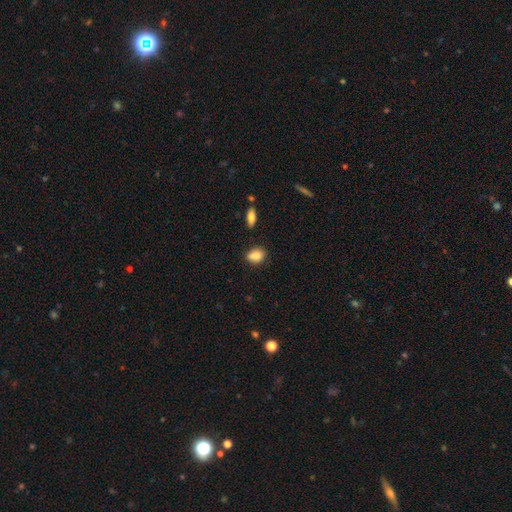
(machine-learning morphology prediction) smooth 86%, star or artifact 8%, featured or disk 6%. Down the decision tree: how rounded — in between (71%); merging — none (74%).